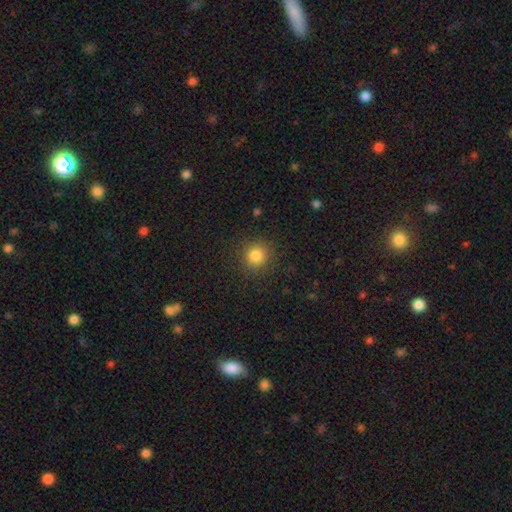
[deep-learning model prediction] This appears to be a smooth galaxy with no disk features (83%) that is round (90%). Merging: none (89%).